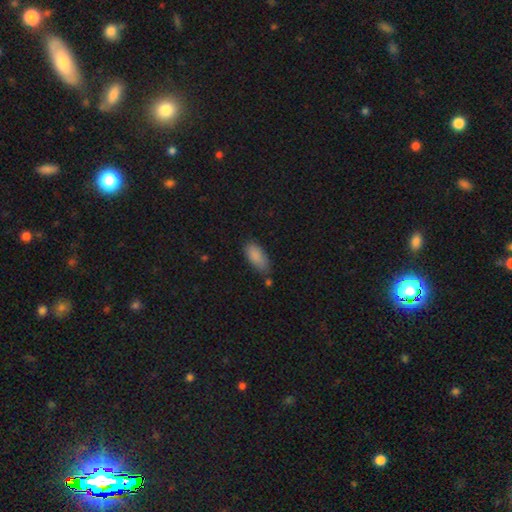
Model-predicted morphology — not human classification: Smooth or featured: smooth — 88% (star or artifact — 7%)
How rounded: in between — 88% (cigar-shaped — 10%)
Merging: none — 64% (minor disturbance — 26%)